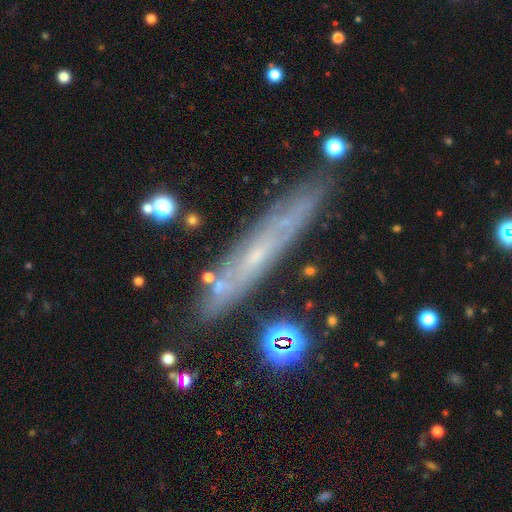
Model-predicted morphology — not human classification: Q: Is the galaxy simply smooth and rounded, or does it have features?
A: featured or disk — 69%.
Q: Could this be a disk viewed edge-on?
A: yes — 67%.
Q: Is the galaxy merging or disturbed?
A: none — 83%.